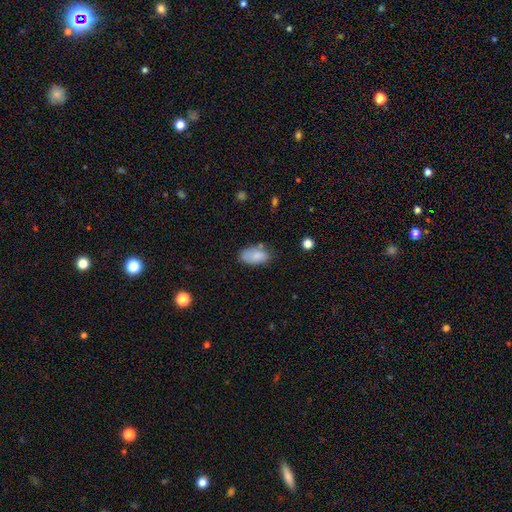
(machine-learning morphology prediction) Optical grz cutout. It shows a smooth galaxy with no disk features (82%) that is in between round and cigar-shaped (94%). Merging: none (61%).